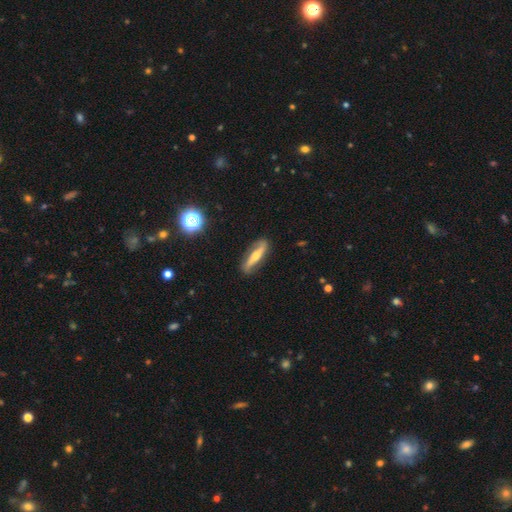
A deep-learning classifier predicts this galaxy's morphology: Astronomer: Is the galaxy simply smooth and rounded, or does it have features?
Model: featured or disk — 66%.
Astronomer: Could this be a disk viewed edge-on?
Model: yes — 57% (runner-up: no, 43%).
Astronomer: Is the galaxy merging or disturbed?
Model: none — 83%.